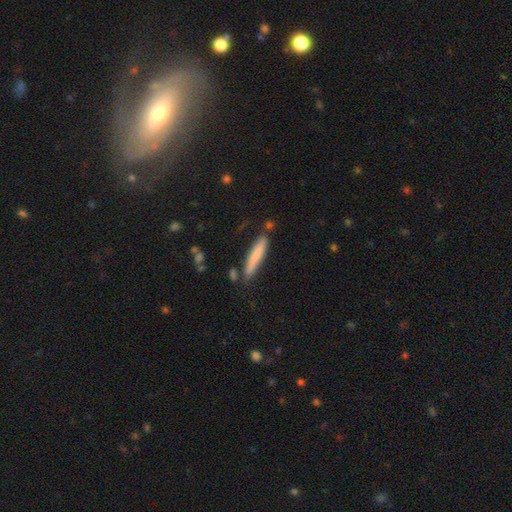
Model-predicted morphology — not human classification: smooth_or_featured: smooth (p=0.77) [alt: featured or disk p=0.17]
how_rounded: cigar-shaped (p=0.90) [alt: in between p=0.09]
merging: none (p=0.77) [alt: minor disturbance p=0.15]